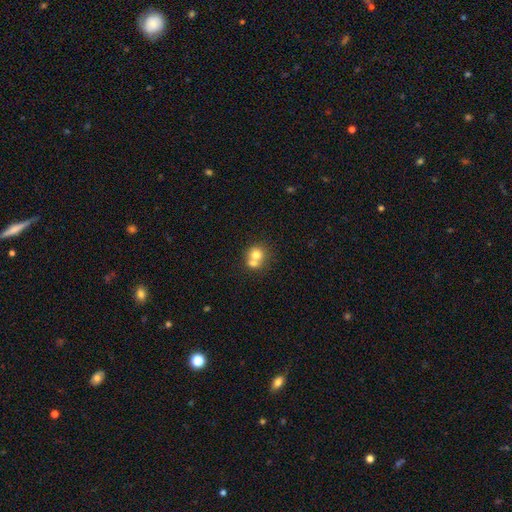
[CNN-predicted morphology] A smooth galaxy with no disk features (71%) that is round (81%).

Vote fractions:
- Smooth or featured? smooth: 71% / featured or disk: 18% / star or artifact: 11%
- How rounded? round: 81% / in between: 19% / cigar-shaped: 1%
- Merging? merger: 55% / none: 35% / minor disturbance: 7% / major disturbance: 3%